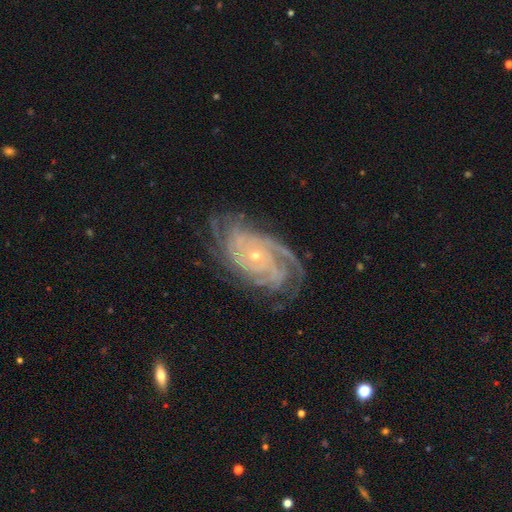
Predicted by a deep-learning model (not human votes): This appears to be a featured or disk galaxy (90%) with no bar (76%), 4 (27%) tight (76%) spiral arms (98%) and a small central bulge (79%). Merging: none (74%).